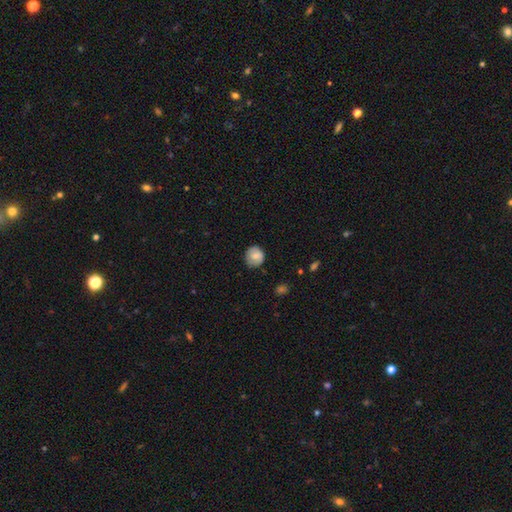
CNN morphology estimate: A smooth galaxy with no disk features (74%) that is round (86%).

Vote fractions:
- Smooth or featured? smooth: 74% / featured or disk: 18% / star or artifact: 8%
- How rounded? round: 86% / in between: 13% / cigar-shaped: 1%
- Merging? none: 76% / minor disturbance: 19% / major disturbance: 3% / merger: 1%